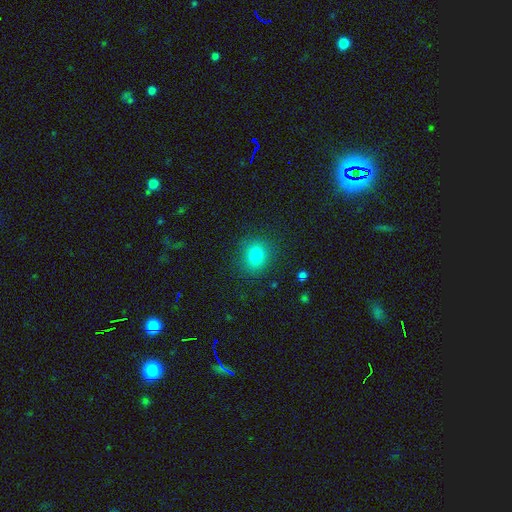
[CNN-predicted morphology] Smooth or featured? smooth (80%)
How rounded? round (68%)
Merging? none (86%)